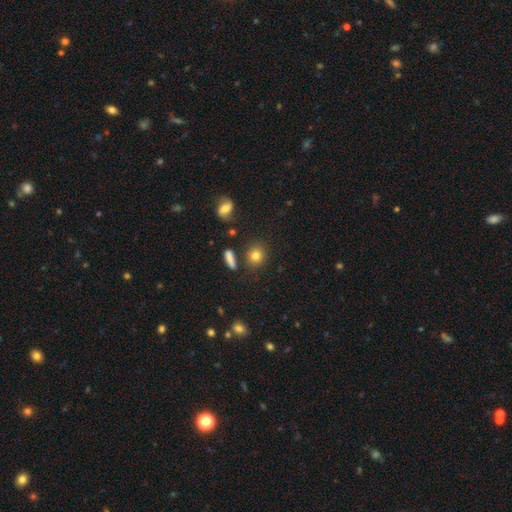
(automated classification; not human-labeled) Smooth or featured? smooth (81%)
How rounded? round (75%)
Merging? none (81%)